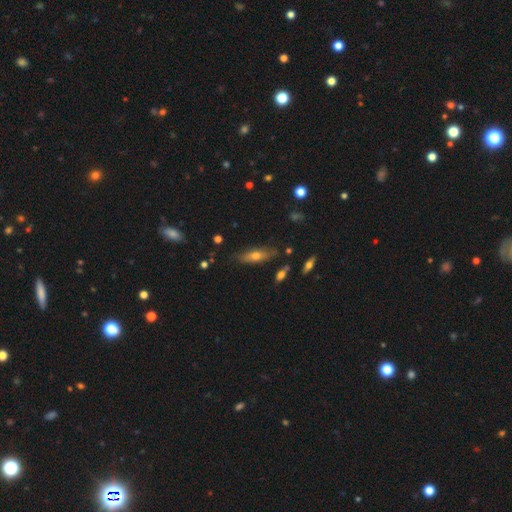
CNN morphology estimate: Smooth or featured? smooth (52%)
How rounded? cigar-shaped (53%)
Merging? none (80%)